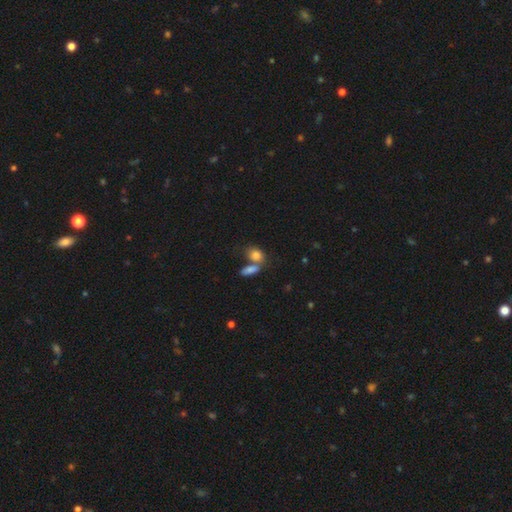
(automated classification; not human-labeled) Smooth or featured: smooth — 82% (featured or disk — 9%)
How rounded: in between — 74% (round — 23%)
Merging: merger — 45% (none — 39%)